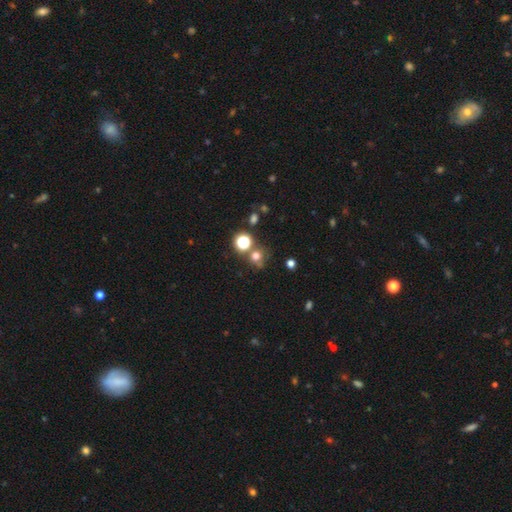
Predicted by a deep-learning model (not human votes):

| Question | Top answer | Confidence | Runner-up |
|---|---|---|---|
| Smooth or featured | smooth | 62% | star or artifact (28%) |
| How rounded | round | 85% | in between (14%) |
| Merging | none | 64% | merger (17%) |